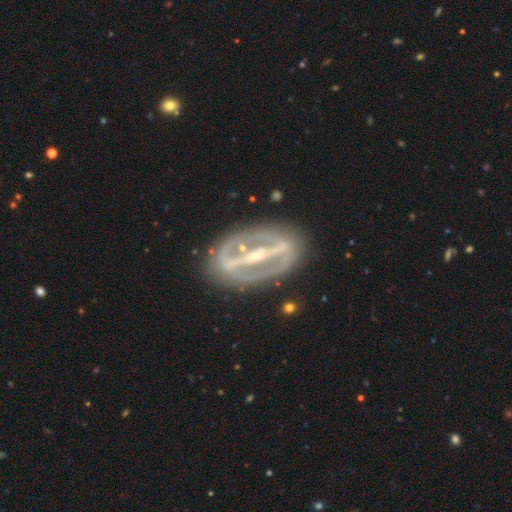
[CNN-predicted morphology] The model was most divided on "spiral arms": no: 52%, yes: 48%. More confident: bar — strong (87%); smooth or featured — featured or disk (86%); edge-on disk — no (83%); merging — none (81%); bulge size — small (63%).